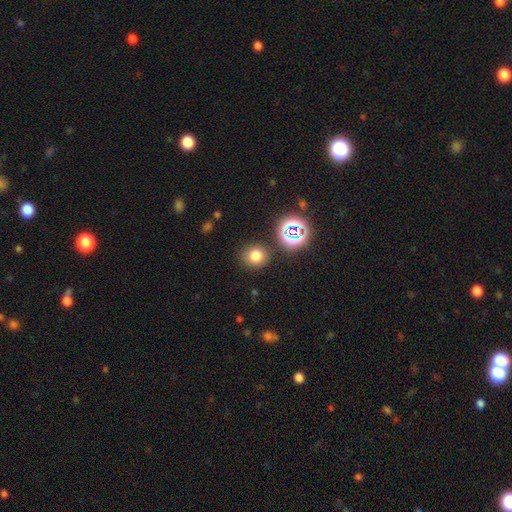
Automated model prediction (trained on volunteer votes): smooth 74%, star or artifact 20%, featured or disk 7%. Down the decision tree: how rounded — round (87%); merging — none (83%).